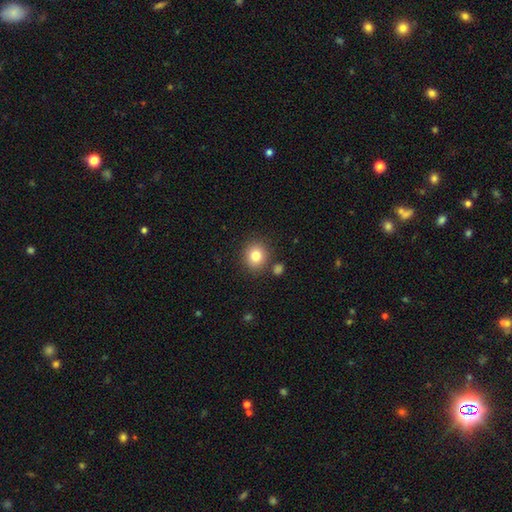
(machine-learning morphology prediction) Overall: smooth (81%). How rounded: round (83%). Merging: none (83%).